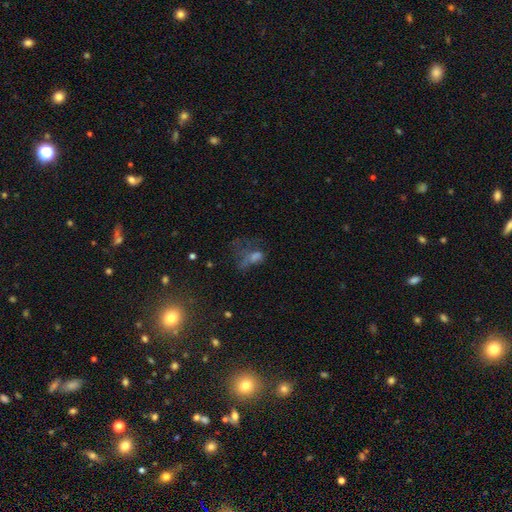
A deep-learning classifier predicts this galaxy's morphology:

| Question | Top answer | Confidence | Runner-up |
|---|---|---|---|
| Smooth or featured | smooth | 39% | star or artifact (32%) |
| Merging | major disturbance | 42% | none (33%) |